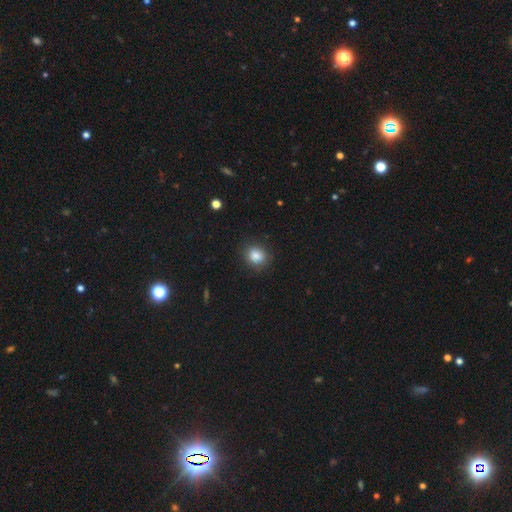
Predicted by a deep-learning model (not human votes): Smooth or featured? Predicted: smooth (p=0.85). How rounded? Predicted: round (p=0.72). Merging? Predicted: none (p=0.86).